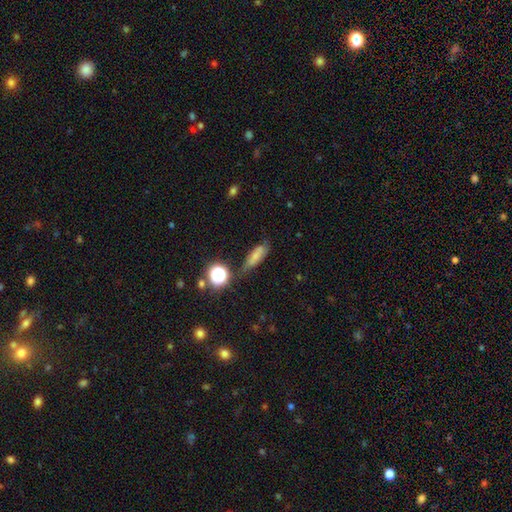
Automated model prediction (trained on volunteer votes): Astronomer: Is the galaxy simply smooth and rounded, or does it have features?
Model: smooth — 63%.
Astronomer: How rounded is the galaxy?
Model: in between — 55% (runner-up: cigar-shaped, 35%).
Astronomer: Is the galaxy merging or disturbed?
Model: none — 57%.